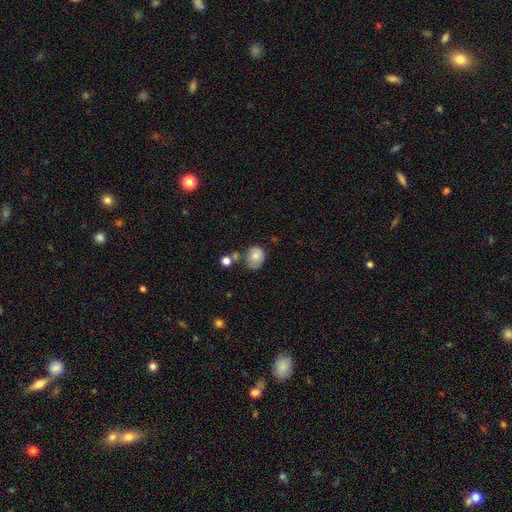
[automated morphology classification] The model was most divided on "how rounded": round: 52%, in between: 47%, cigar-shaped: 1%. Remaining: smooth or featured — smooth (74%); merging — none (50%).